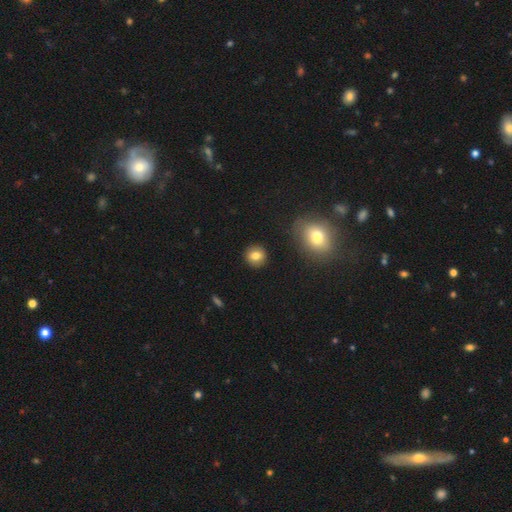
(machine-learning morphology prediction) A smooth galaxy with no disk features (81%) that is round (86%).

Vote fractions:
- Smooth or featured? smooth: 81% / featured or disk: 10% / star or artifact: 10%
- How rounded? round: 86% / in between: 13% / cigar-shaped: 1%
- Merging? none: 90% / minor disturbance: 6% / major disturbance: 2% / merger: 2%